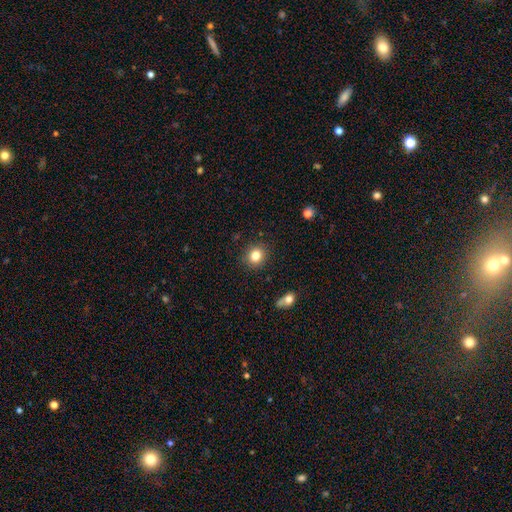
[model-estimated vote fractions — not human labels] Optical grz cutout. It shows a smooth galaxy with no disk features (82%) that is round (79%). Merging: none (89%).